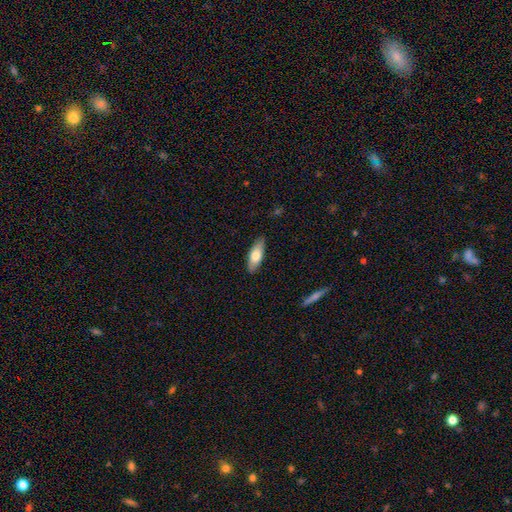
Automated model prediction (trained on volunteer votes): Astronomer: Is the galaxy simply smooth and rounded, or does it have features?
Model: smooth — 71%.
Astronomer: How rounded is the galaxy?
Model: in between — 69%.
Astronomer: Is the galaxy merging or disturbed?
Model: none — 87%.